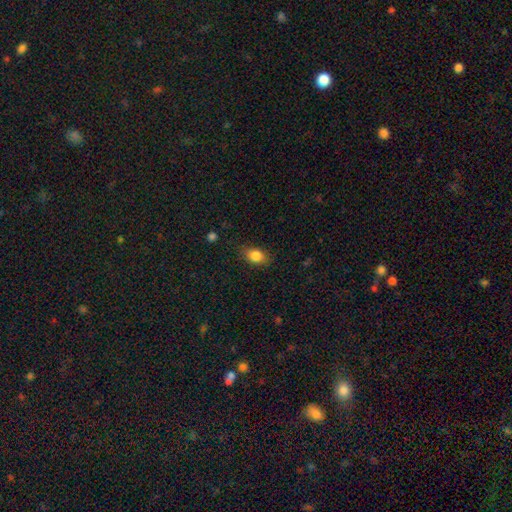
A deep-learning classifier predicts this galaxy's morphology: This appears to be a smooth galaxy with no disk features (84%) that is in between round and cigar-shaped (72%). Merging: none (80%).